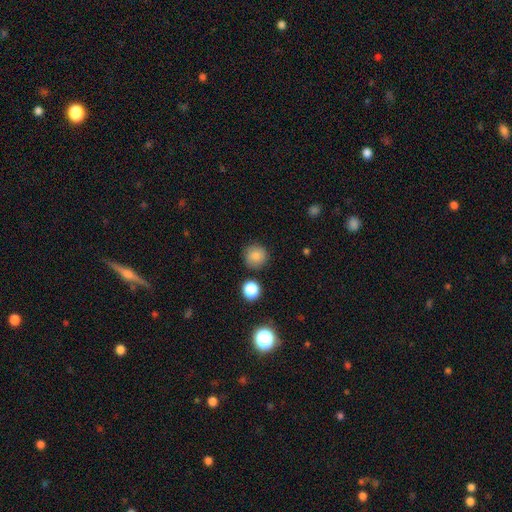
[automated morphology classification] Smooth or featured? smooth (84%)
How rounded? round (92%)
Merging? none (86%)